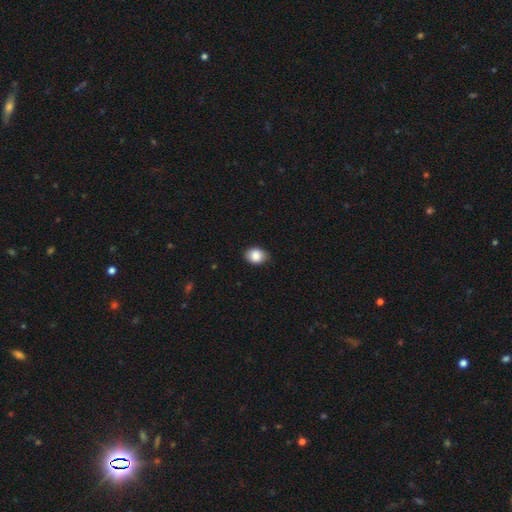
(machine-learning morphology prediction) Overall: smooth (86%). How rounded: in between (62%; round 37%). Merging: none (82%).